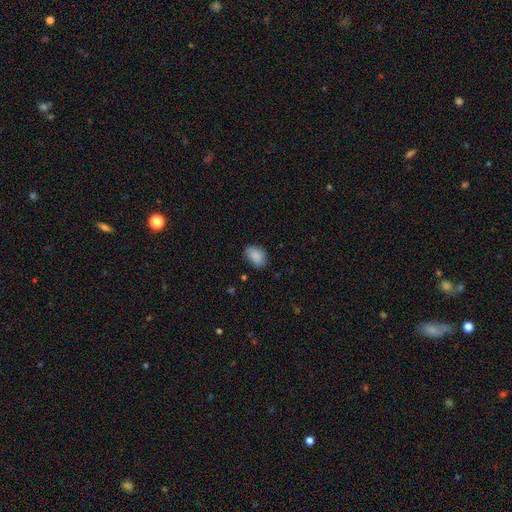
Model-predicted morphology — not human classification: type=smooth (87%); roundness=in between (80%); merging=none (72%).